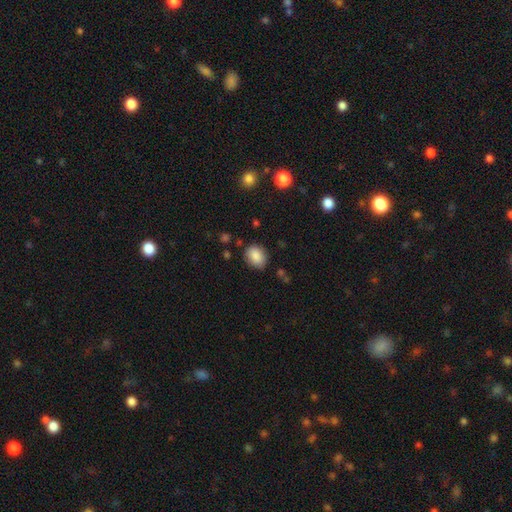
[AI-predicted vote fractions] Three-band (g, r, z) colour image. It shows a smooth galaxy with no disk features (87%) that is in between round and cigar-shaped (63%). Merging: none (80%).